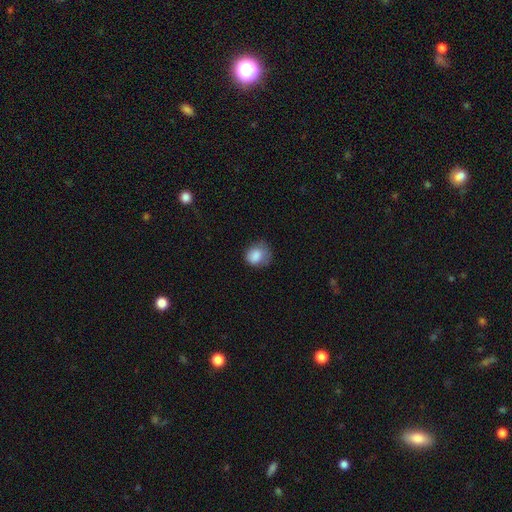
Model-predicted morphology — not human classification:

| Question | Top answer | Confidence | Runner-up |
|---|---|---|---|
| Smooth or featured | smooth | 83% | featured or disk (9%) |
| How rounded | round | 72% | in between (27%) |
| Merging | none | 50% | minor disturbance (30%) |